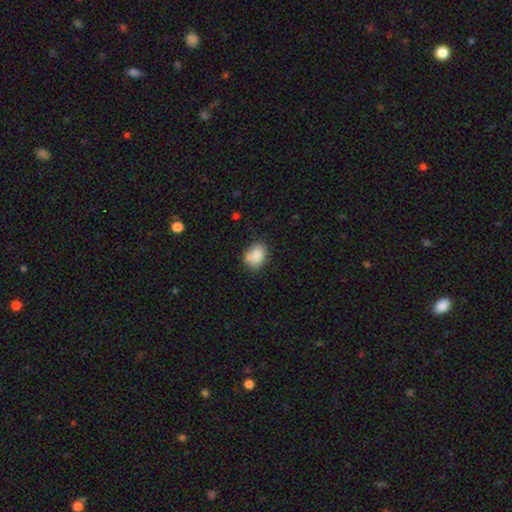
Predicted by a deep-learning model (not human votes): Q: Smooth or featured?
A: smooth (85%); runner-up: star or artifact (8%)
Q: How rounded?
A: in between (63%); runner-up: round (36%)
Q: Merging?
A: none (64%); runner-up: minor disturbance (23%)